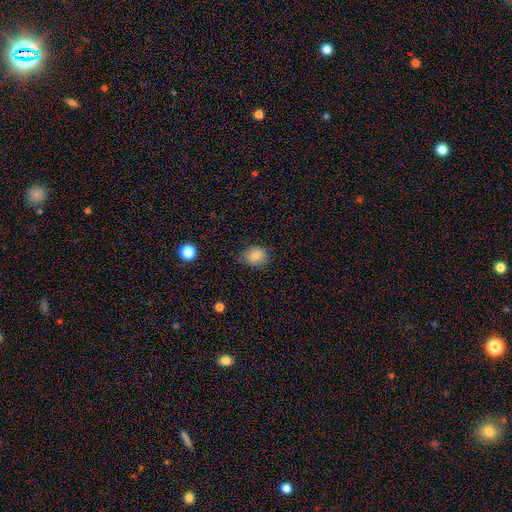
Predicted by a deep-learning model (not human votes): smooth-or-featured: smooth: 82% | star or artifact: 10% | featured or disk: 8%
  how-rounded: round: 60% | in between: 39% | cigar-shaped: 1%
  merging: none: 76% | minor disturbance: 19% | major disturbance: 4% | merger: 1%